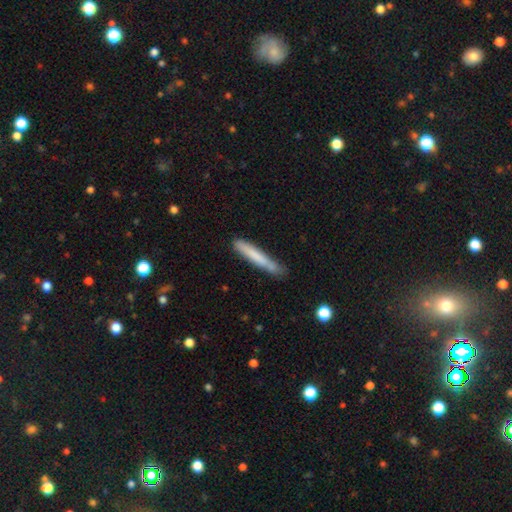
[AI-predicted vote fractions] This appears to be a smooth galaxy with no disk features (74%) that is cigar-shaped (95%). Merging: none (75%).